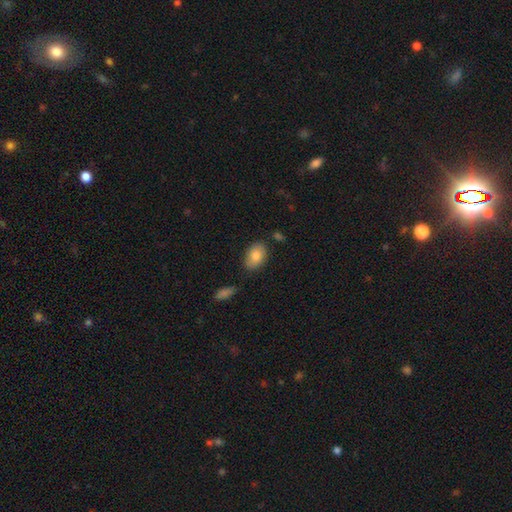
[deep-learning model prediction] Smooth or featured?
  - smooth: 83% *
  - featured or disk: 10%
  - star or artifact: 7%
How rounded?
  - in between: 89% *
  - round: 10%
  - cigar-shaped: 1%
Merging?
  - none: 76% *
  - minor disturbance: 16%
  - merger: 4%
  - major disturbance: 3%